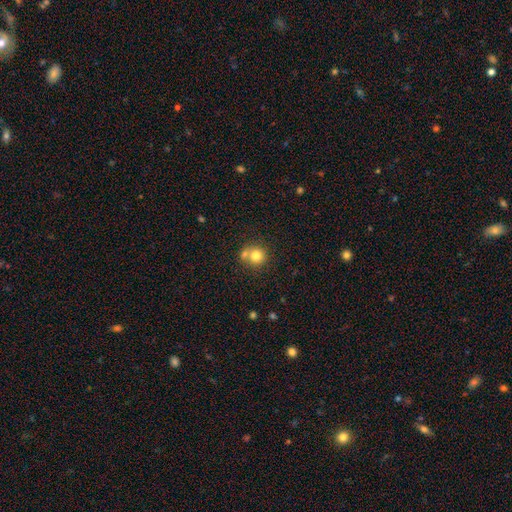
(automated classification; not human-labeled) Smooth or featured? Predicted: smooth (p=0.77). How rounded? Predicted: round (p=0.89). Merging? Predicted: none (p=0.52).